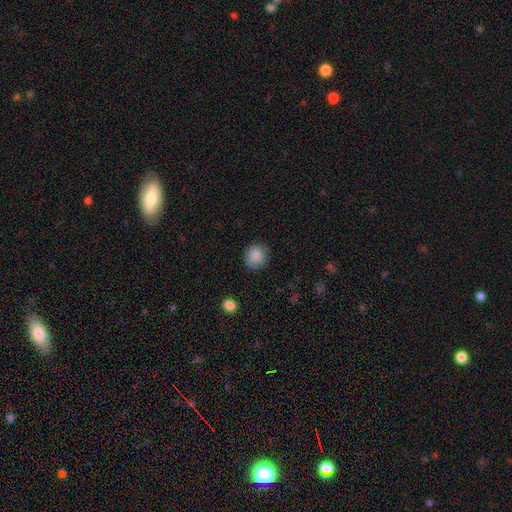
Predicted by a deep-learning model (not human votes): smooth 87%, star or artifact 8%, featured or disk 5%. Down the decision tree: how rounded — round (90%); merging — none (84%).